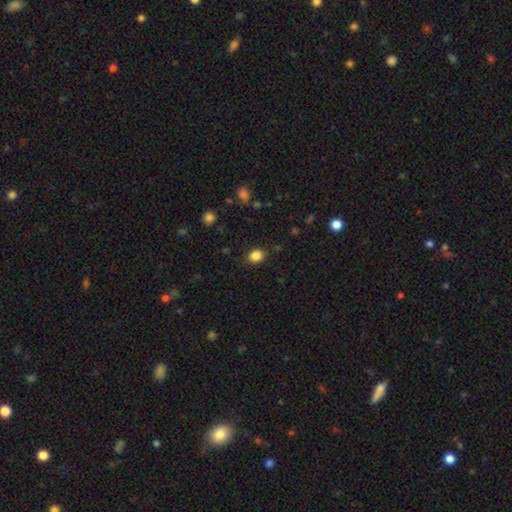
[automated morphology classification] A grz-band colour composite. It shows a smooth galaxy with no disk features (85%) that is round (68%). Merging: none (85%).